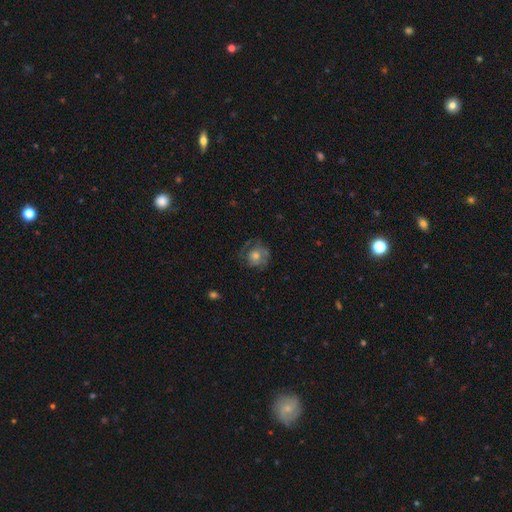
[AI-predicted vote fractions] Q: Smooth or featured?
A: featured or disk (51%); runner-up: smooth (38%)
Q: Edge-on disk?
A: no (97%); runner-up: yes (3%)
Q: Merging?
A: none (63%); runner-up: minor disturbance (20%)